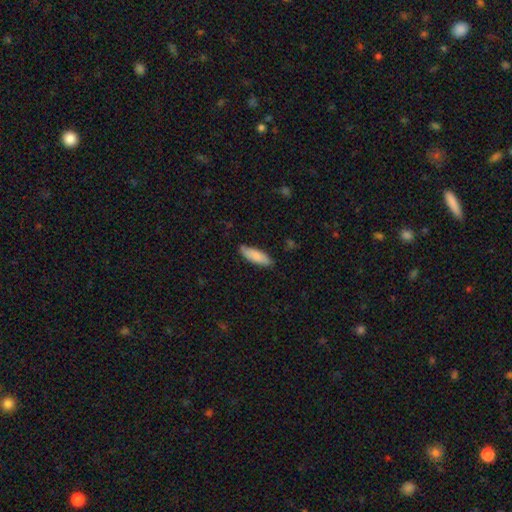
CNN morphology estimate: smooth_or_featured: smooth (p=0.85) [alt: featured or disk p=0.10]
how_rounded: in between (p=0.57) [alt: cigar-shaped p=0.42]
merging: none (p=0.81) [alt: minor disturbance p=0.15]